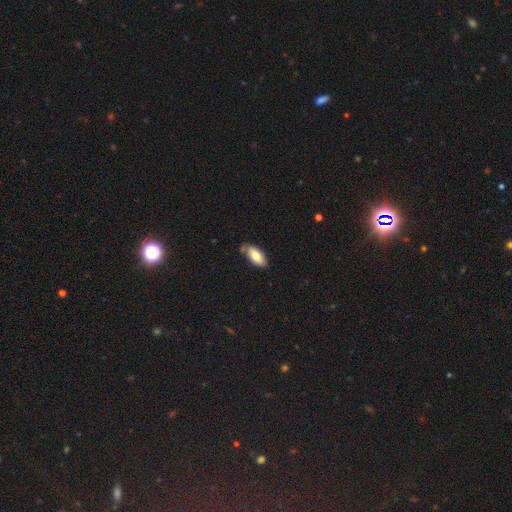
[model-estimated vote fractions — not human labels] A smooth galaxy with no disk features (75%) that is in between round and cigar-shaped (91%). Merging: none (70%).